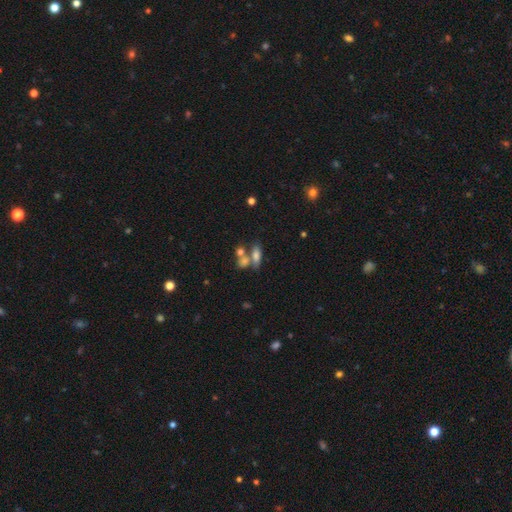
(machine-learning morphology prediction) A smooth galaxy with no disk features (70%) that is in between round and cigar-shaped (68%). Merging: none (45%).